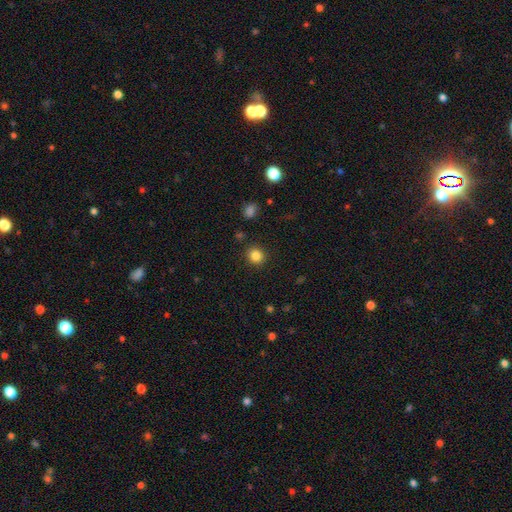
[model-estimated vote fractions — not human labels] Smooth or featured?
  - smooth: 84% *
  - star or artifact: 11%
  - featured or disk: 5%
How rounded?
  - round: 87% *
  - in between: 12%
  - cigar-shaped: 1%
Merging?
  - none: 90% *
  - minor disturbance: 6%
  - major disturbance: 2%
  - merger: 2%